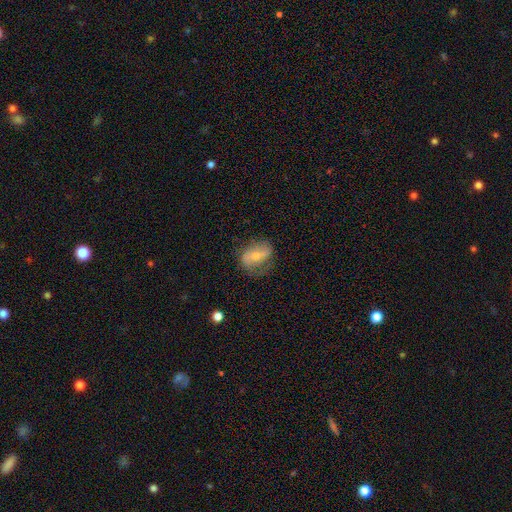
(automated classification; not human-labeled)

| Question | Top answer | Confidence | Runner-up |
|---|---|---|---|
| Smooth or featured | featured or disk | 66% | smooth (25%) |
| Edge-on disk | no | 95% | yes (5%) |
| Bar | weak | 36% | tied: no (36%) |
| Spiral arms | yes | 81% | no (19%) |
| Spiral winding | medium | 40% | loose (35%) |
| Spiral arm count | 2 | 74% | can't tell (13%) |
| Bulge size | moderate | 50% | small (46%) |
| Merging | none | 66% | minor disturbance (22%) |